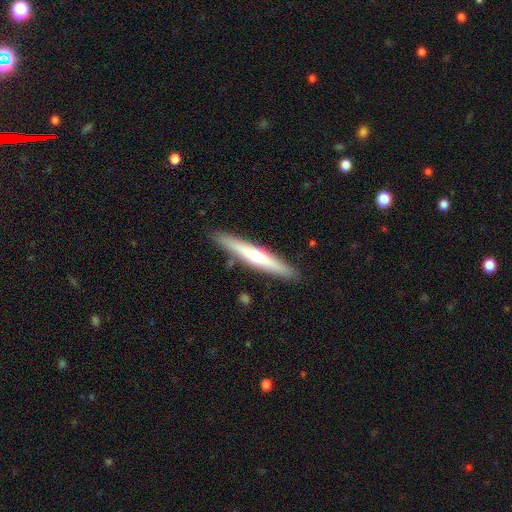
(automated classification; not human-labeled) featured or disk 48%, smooth 46%, star or artifact 5%. Down the decision tree: merging — none (88%).